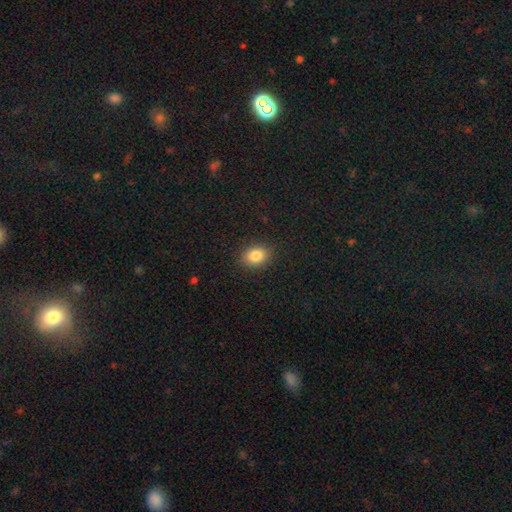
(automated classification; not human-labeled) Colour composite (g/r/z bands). It shows a smooth galaxy with no disk features (84%) that is in between round and cigar-shaped (61%). Merging: none (88%).